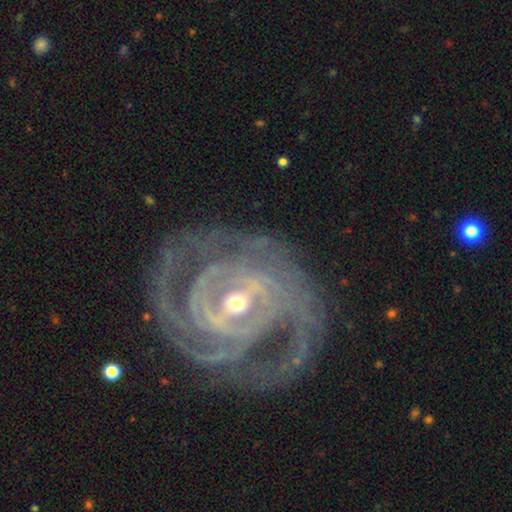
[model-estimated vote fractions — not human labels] Smooth or featured: featured or disk — 92% (star or artifact — 5%)
Edge-on disk: no — 97% (yes — 3%)
Bar: strong — 46% (weak — 38%)
Spiral arms: yes — 98% (no — 2%)
Spiral winding: tight — 72% (medium — 24%)
Spiral arm count: 3 — 27% (2 — 25%)
Bulge size: small — 54% (moderate — 43%)
Merging: none — 74% (minor disturbance — 16%)